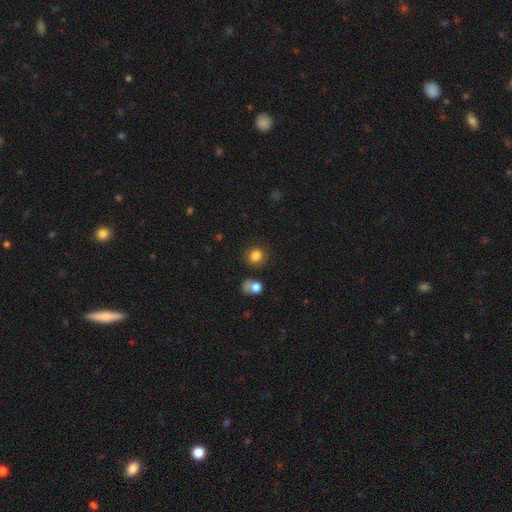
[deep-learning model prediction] smooth_or_featured: smooth (p=0.83) [alt: star or artifact p=0.11]
how_rounded: round (p=0.80) [alt: in between p=0.19]
merging: none (p=0.79) [alt: minor disturbance p=0.11]